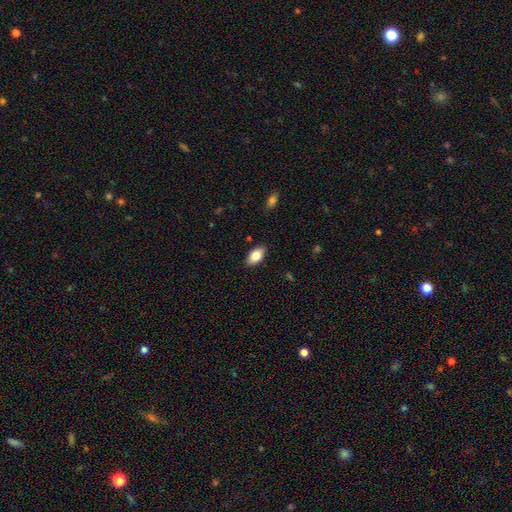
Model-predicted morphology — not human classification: Smooth or featured? smooth (80%)
How rounded? in between (92%)
Merging? none (88%)